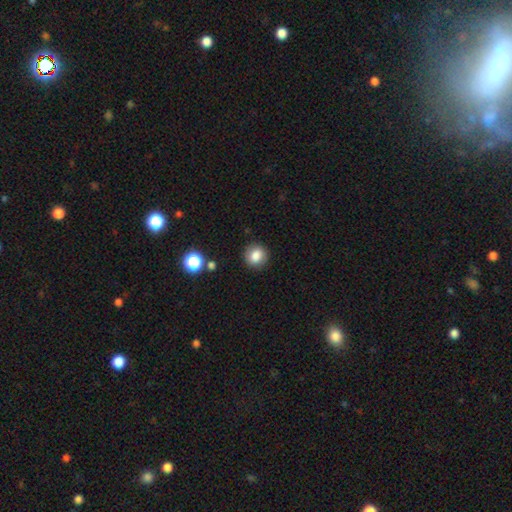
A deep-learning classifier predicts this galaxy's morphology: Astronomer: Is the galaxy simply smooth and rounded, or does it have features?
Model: smooth — 82%.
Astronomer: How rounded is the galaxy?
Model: round — 83%.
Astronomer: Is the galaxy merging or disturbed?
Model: none — 87%.